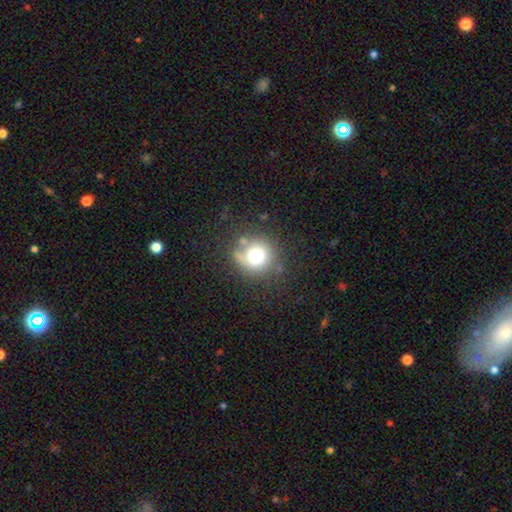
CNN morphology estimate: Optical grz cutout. It shows a smooth galaxy with no disk features (73%) that is round (89%). Merging: none (65%).